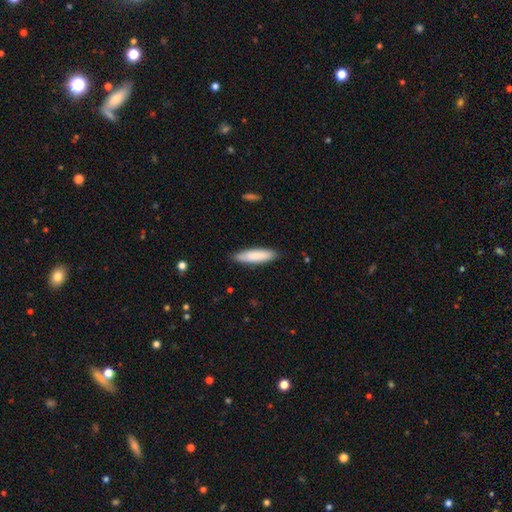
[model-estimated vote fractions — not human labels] smooth_or_featured: smooth (p=0.85) [alt: featured or disk p=0.10]
how_rounded: cigar-shaped (p=0.71) [alt: in between p=0.28]
merging: none (p=0.87) [alt: minor disturbance p=0.10]